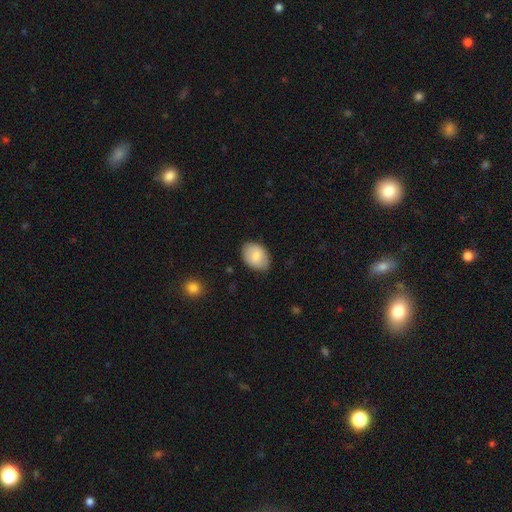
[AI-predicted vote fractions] Smooth or featured: smooth — 83% (featured or disk — 11%)
How rounded: in between — 78% (round — 21%)
Merging: none — 79% (minor disturbance — 17%)